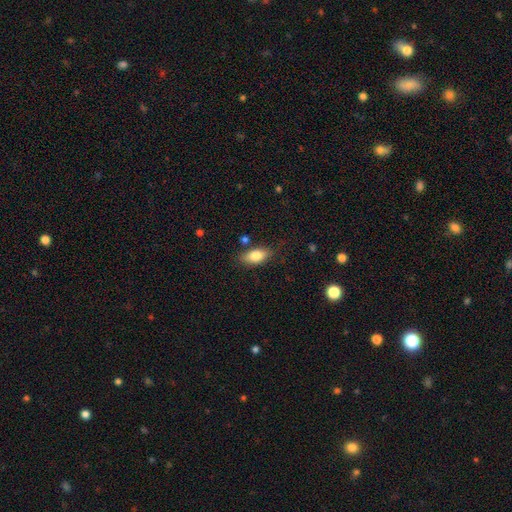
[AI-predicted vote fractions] Morphology: type=smooth (80%); roundness=in between (88%); merging=none (79%).